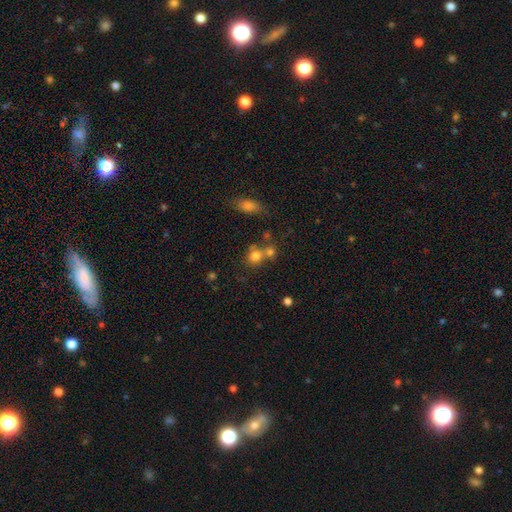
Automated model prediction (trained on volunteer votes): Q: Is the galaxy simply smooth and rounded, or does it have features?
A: smooth — 76%.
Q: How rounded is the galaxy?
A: round — 77%.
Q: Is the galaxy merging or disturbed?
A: none — 48%.